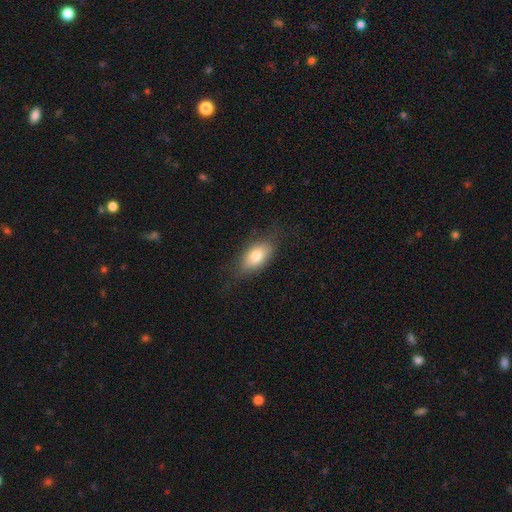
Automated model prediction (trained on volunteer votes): This appears to be a smooth galaxy with no disk features (77%) that is in between round and cigar-shaped (90%). Merging: none (72%).